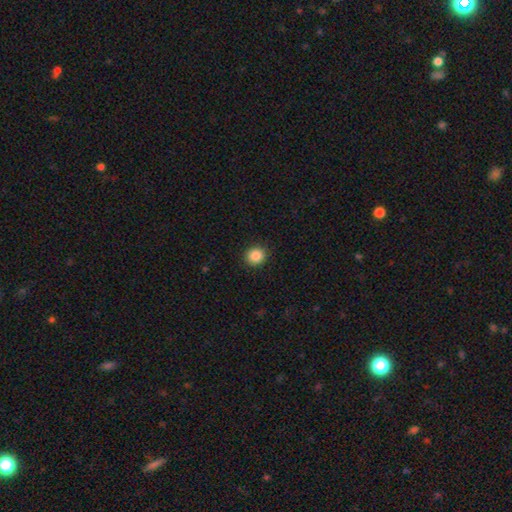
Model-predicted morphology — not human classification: A smooth galaxy with no disk features (86%) that is round (85%). Merging: none (91%).